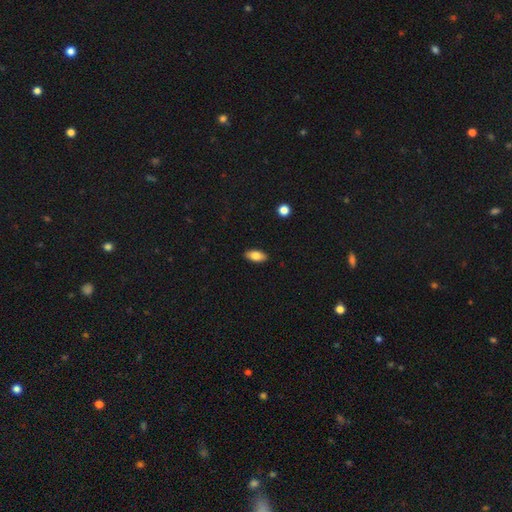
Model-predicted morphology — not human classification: Smooth or featured?
  - smooth: 80% *
  - featured or disk: 13%
  - star or artifact: 7%
How rounded?
  - in between: 90% *
  - cigar-shaped: 7%
  - round: 3%
Merging?
  - none: 90% *
  - minor disturbance: 8%
  - major disturbance: 2%
  - merger: 1%